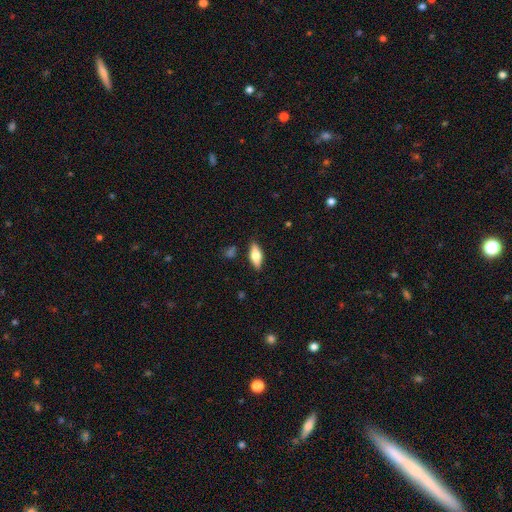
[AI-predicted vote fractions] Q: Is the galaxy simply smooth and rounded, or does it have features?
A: smooth — 60%.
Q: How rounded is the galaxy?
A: in between — 71%.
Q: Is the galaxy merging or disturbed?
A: none — 86%.